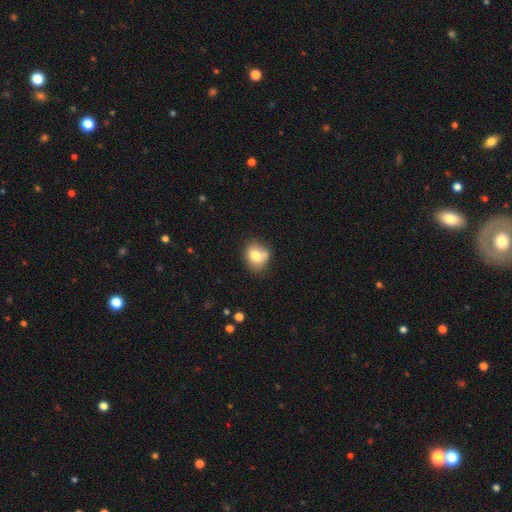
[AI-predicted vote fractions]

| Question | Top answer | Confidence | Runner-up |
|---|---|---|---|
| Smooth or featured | smooth | 76% | featured or disk (15%) |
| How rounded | round | 56% | in between (43%) |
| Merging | none | 52% | minor disturbance (23%) |